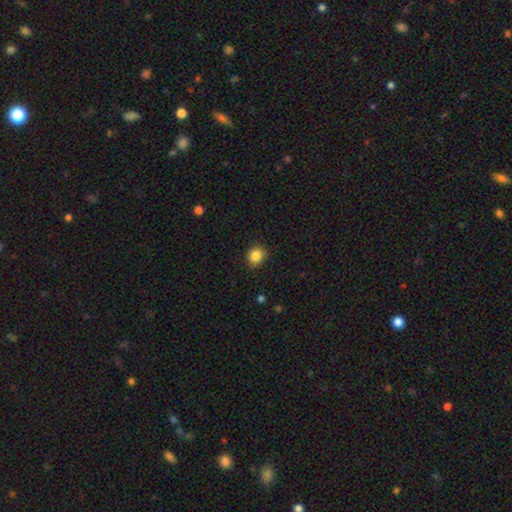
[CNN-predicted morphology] A smooth galaxy with no disk features (86%) that is round (77%).

Vote fractions:
- Smooth or featured? smooth: 86% / star or artifact: 10% / featured or disk: 4%
- How rounded? round: 77% / in between: 22% / cigar-shaped: 1%
- Merging? none: 89% / minor disturbance: 8% / major disturbance: 2% / merger: 1%